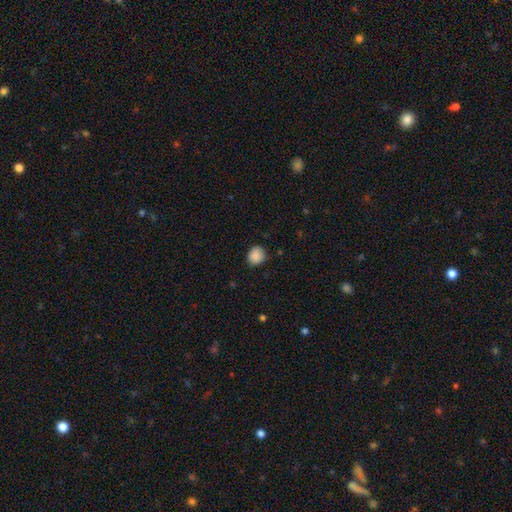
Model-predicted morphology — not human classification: Smooth or featured?
  - smooth: 88% *
  - star or artifact: 9%
  - featured or disk: 3%
How rounded?
  - round: 76% *
  - in between: 23%
  - cigar-shaped: 1%
Merging?
  - none: 81% *
  - minor disturbance: 15%
  - major disturbance: 3%
  - merger: 1%